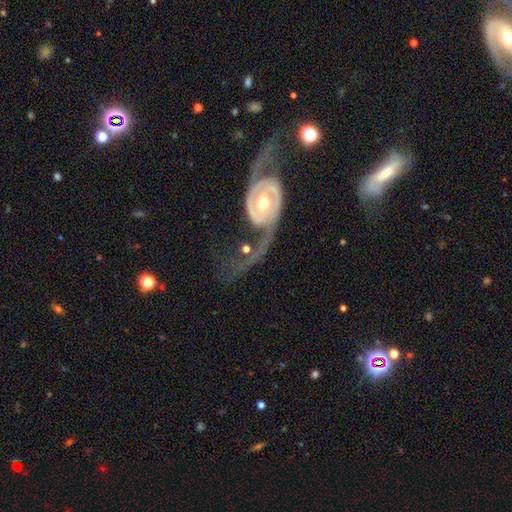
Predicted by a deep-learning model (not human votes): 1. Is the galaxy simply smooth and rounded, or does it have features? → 86% featured or disk, 8% star or artifact, 6% smooth.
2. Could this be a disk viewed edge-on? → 94% no, 6% yes.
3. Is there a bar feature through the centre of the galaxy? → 67% no, 22% weak, 11% strong.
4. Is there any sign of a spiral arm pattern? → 95% yes, 5% no.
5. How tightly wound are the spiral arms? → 43% medium, 35% loose, 22% tight.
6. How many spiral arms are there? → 87% 2, 5% 1, 4% can't tell, 2% 3, 1% 4, 1% more than 4.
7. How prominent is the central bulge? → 53% moderate, 38% small, 5% large, 2% none, 2% dominant.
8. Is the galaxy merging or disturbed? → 59% none, 20% major disturbance, 16% minor disturbance, 5% merger.